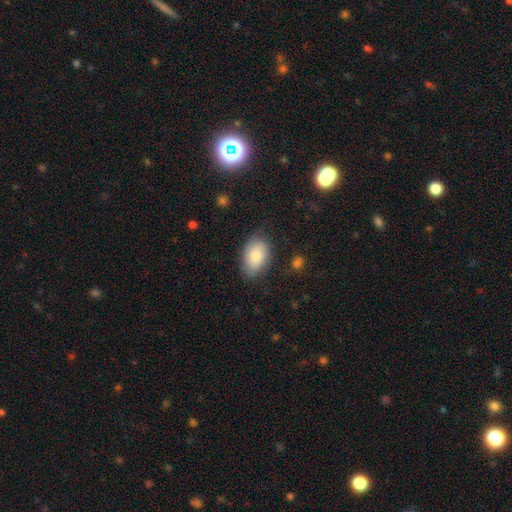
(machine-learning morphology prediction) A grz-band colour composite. It shows a smooth galaxy with no disk features (83%) that is in between round and cigar-shaped (90%). Merging: none (73%).